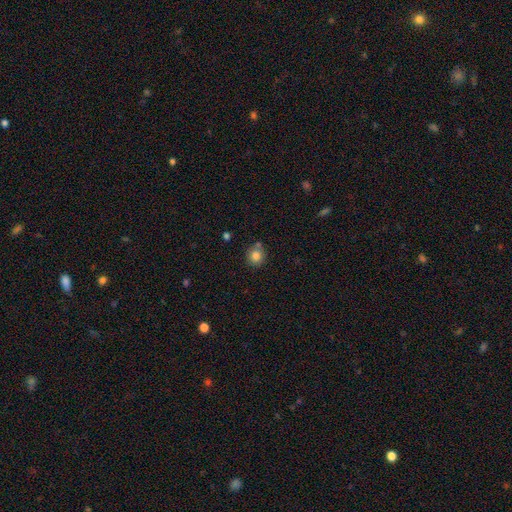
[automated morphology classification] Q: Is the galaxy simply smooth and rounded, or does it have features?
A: smooth — 82%.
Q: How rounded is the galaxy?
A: round — 88%.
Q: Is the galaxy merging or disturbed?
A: none — 72%.